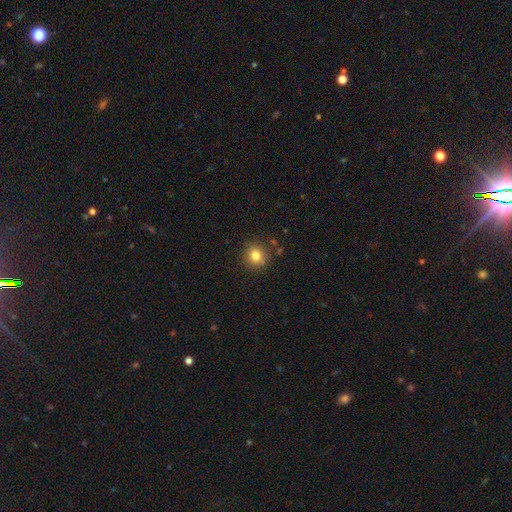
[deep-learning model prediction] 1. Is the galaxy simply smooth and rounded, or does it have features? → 82% smooth, 12% star or artifact, 7% featured or disk.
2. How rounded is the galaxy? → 89% round, 10% in between, 1% cigar-shaped.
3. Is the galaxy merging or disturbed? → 86% none, 8% minor disturbance, 3% major disturbance, 3% merger.